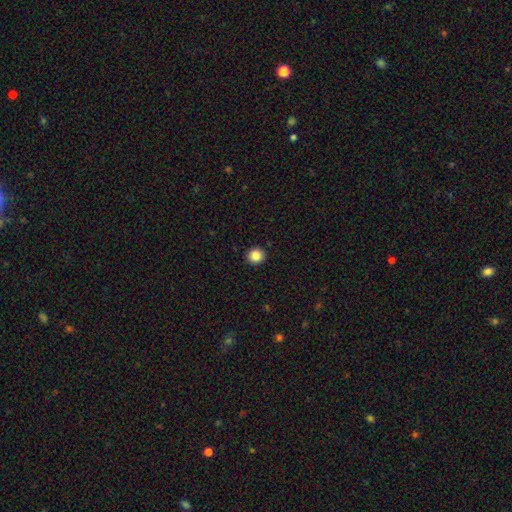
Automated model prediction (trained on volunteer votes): smooth_or_featured: smooth (p=0.87) [alt: star or artifact p=0.10]
how_rounded: round (p=0.90) [alt: in between p=0.09]
merging: none (p=0.93) [alt: minor disturbance p=0.05]